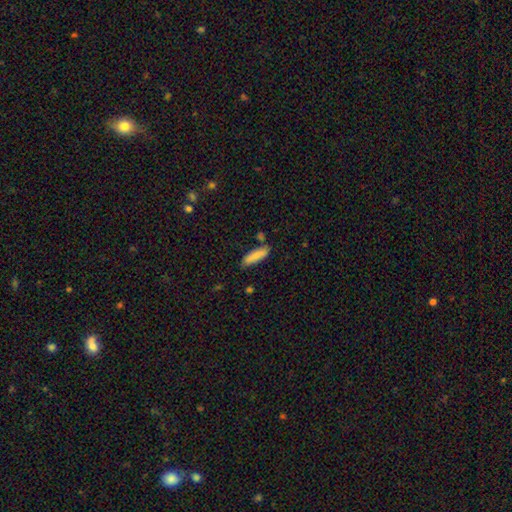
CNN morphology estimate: This is clearly a smooth galaxy (82%). How rounded: possibly cigar-shaped (54%). Merging: likely none (74%).